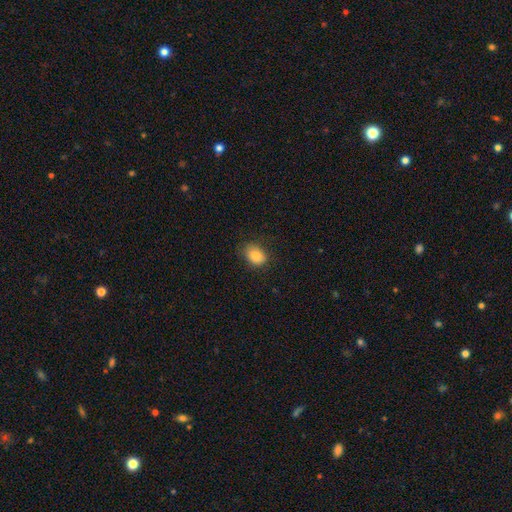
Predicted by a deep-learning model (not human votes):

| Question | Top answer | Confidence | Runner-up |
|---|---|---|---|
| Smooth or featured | smooth | 84% | star or artifact (9%) |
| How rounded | in between | 66% | round (33%) |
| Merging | none | 79% | minor disturbance (16%) |